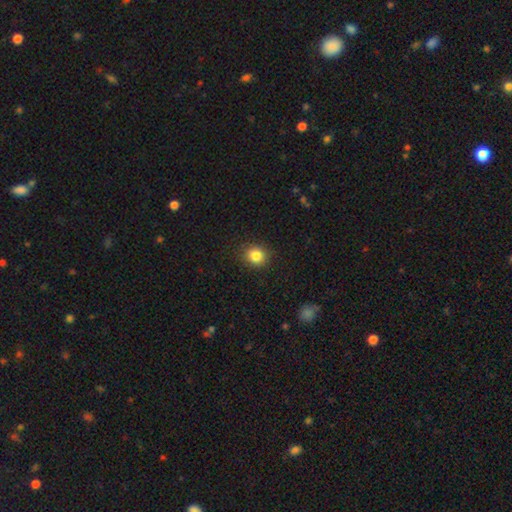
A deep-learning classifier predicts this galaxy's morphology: Smooth or featured? smooth (85%)
How rounded? round (79%)
Merging? none (88%)